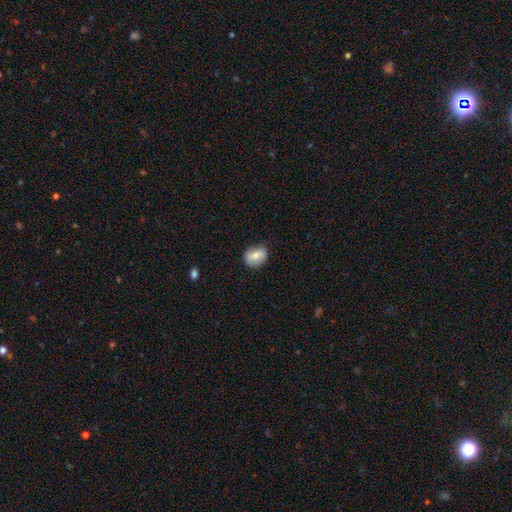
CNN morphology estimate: Smooth or featured? smooth (74%)
How rounded? in between (55%)
Merging? none (73%)